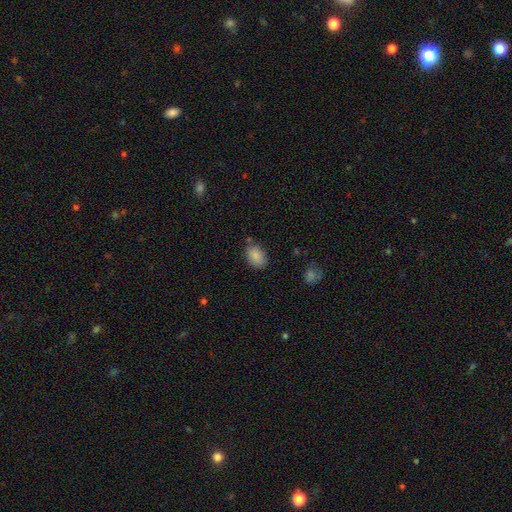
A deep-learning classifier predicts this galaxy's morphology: Smooth or featured?
  - smooth: 85% *
  - star or artifact: 8%
  - featured or disk: 7%
How rounded?
  - in between: 83% *
  - round: 16%
  - cigar-shaped: 1%
Merging?
  - none: 76% *
  - minor disturbance: 16%
  - merger: 4%
  - major disturbance: 4%